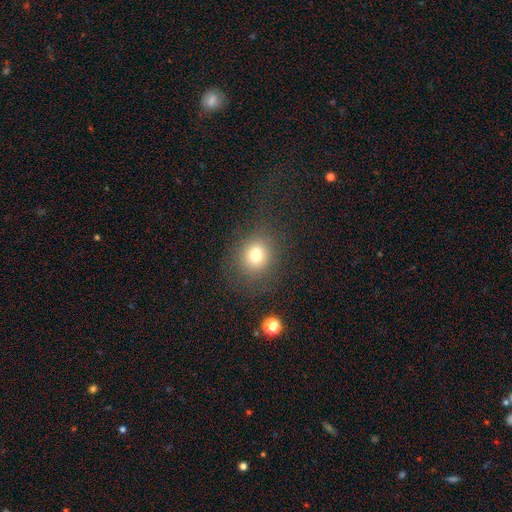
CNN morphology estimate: smooth 74%, star or artifact 15%, featured or disk 11%. Down the decision tree: how rounded — round (73%); merging — none (77%).